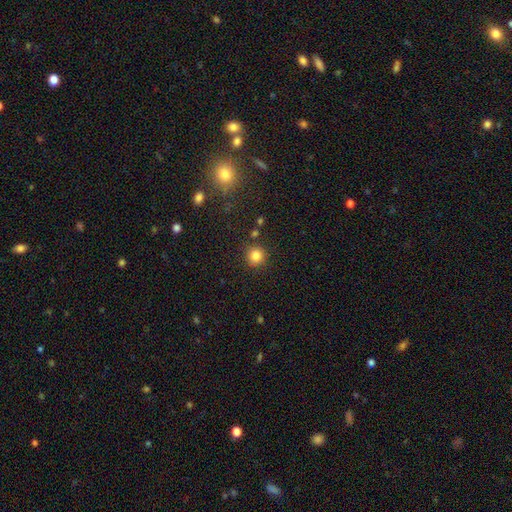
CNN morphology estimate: Smooth or featured? smooth (83%)
How rounded? round (93%)
Merging? none (87%)